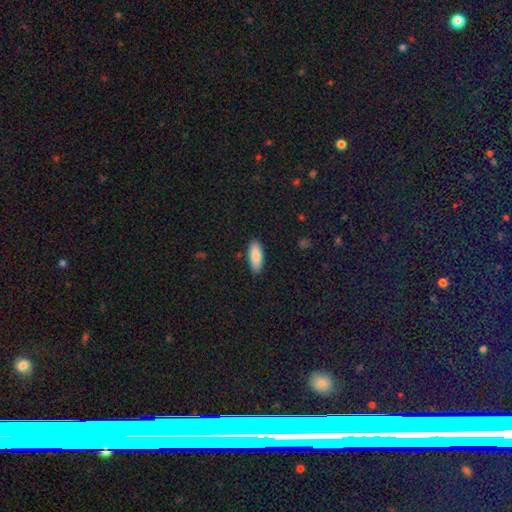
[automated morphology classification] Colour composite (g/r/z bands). It shows a smooth galaxy with no disk features (87%) that is in between round and cigar-shaped (74%). Merging: none (88%).